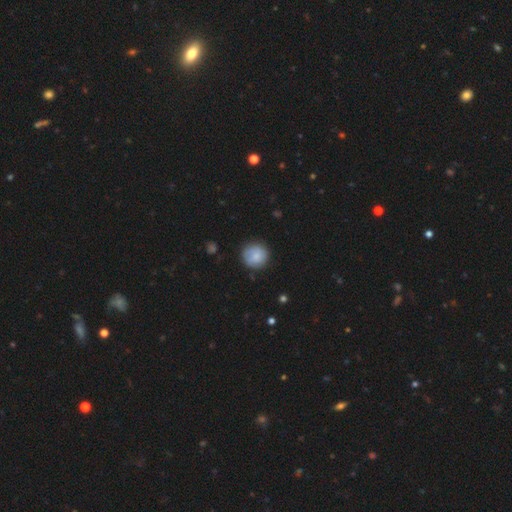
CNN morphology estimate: A smooth galaxy with no disk features (82%) that is round (93%).

Vote fractions:
- Smooth or featured? smooth: 82% / featured or disk: 11% / star or artifact: 7%
- How rounded? round: 93% / in between: 6% / cigar-shaped: 1%
- Merging? none: 81% / minor disturbance: 14% / major disturbance: 3% / merger: 2%